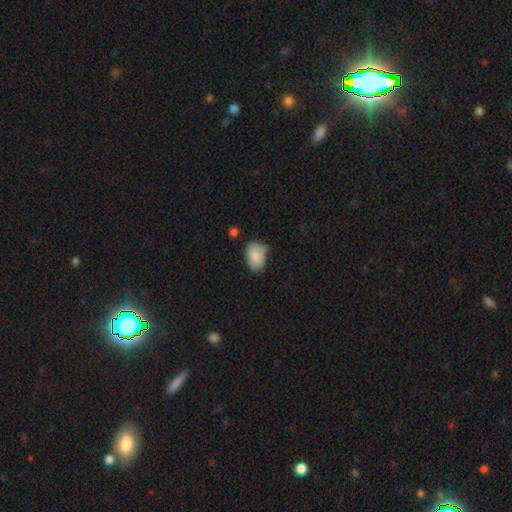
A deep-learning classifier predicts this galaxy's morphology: Smooth or featured? smooth (85%)
How rounded? in between (82%)
Merging? none (58%)